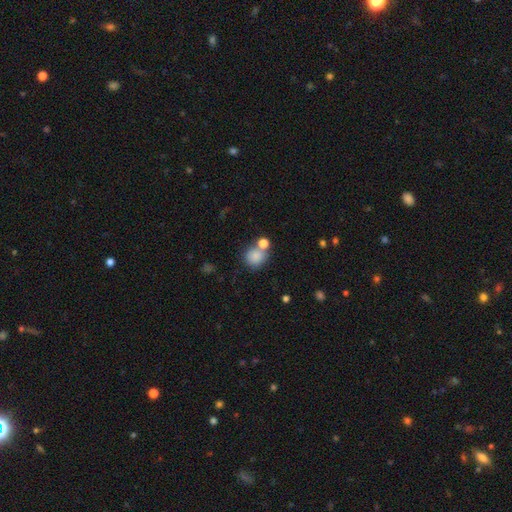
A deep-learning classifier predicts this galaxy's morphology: smooth-or-featured: smooth: 82% | star or artifact: 10% | featured or disk: 7%
  how-rounded: round: 83% | in between: 16% | cigar-shaped: 1%
  merging: none: 59% | merger: 25% | minor disturbance: 12% | major disturbance: 4%